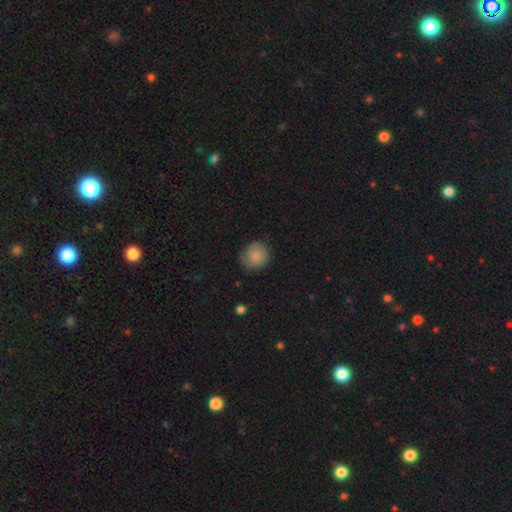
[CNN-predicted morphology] Overall: smooth (81%). How rounded: round (85%). Merging: none (75%).